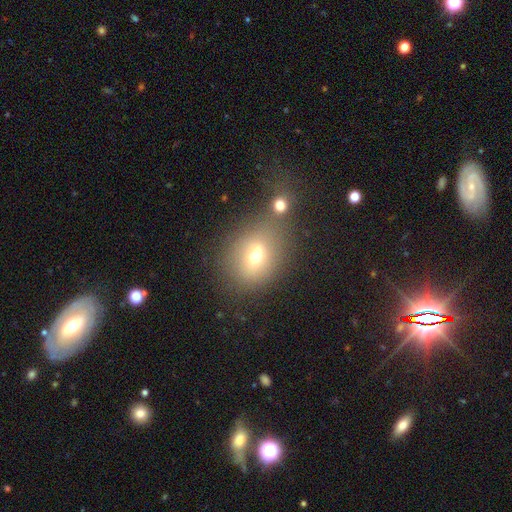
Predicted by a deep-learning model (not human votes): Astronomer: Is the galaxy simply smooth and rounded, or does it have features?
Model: smooth — 63%.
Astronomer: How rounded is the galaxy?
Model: in between — 52% (runner-up: round, 46%).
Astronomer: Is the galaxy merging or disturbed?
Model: none — 45% (runner-up: merger, 33%).